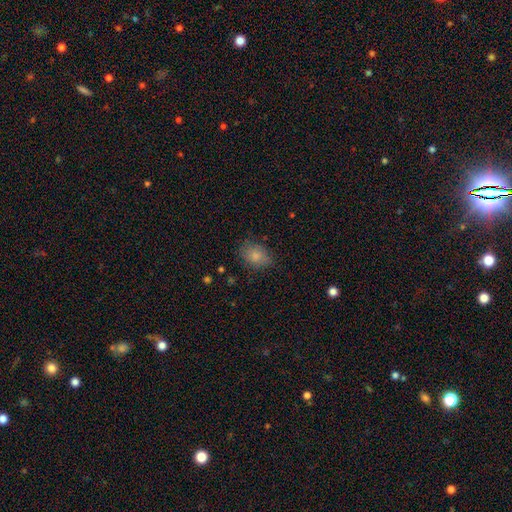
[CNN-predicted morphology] smooth_or_featured: smooth (p=0.81) [alt: featured or disk p=0.10]
how_rounded: in between (p=0.72) [alt: round p=0.27]
merging: none (p=0.74) [alt: minor disturbance p=0.20]